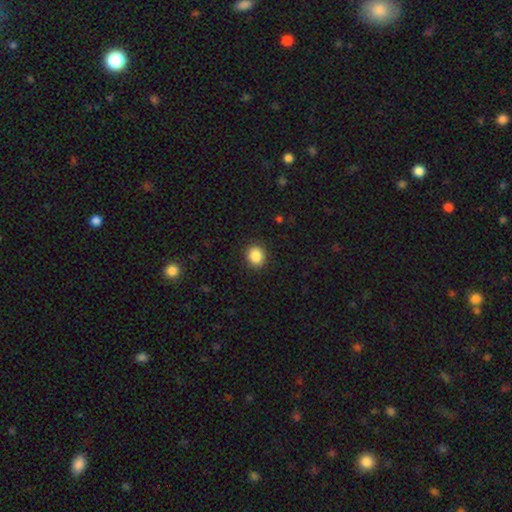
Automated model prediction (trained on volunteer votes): This appears to be a smooth galaxy with no disk features (87%) that is round (75%). Merging: none (90%).